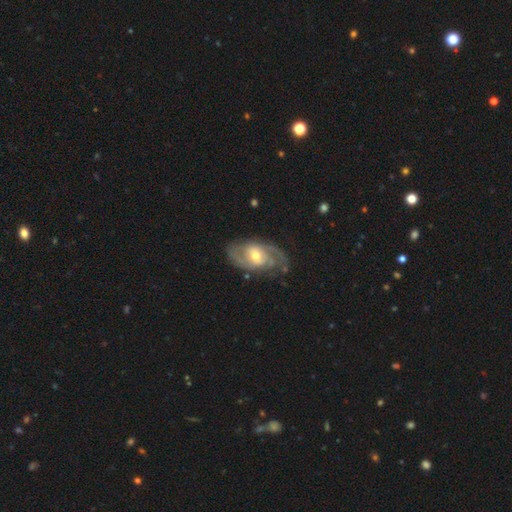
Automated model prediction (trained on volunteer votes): smooth_or_featured: featured or disk (p=0.86) [alt: smooth p=0.10]
disk_edge_on: no (p=0.95) [alt: yes p=0.05]
bar: no (p=0.50) [alt: weak p=0.40]
has_spiral_arms: yes (p=0.94) [alt: no p=0.06]
spiral_winding: medium (p=0.45) [alt: tight p=0.40]
spiral_arm_count: 2 (p=0.74) [alt: can't tell p=0.12]
bulge_size: moderate (p=0.64) [alt: small p=0.29]
merging: none (p=0.71) [alt: minor disturbance p=0.19]